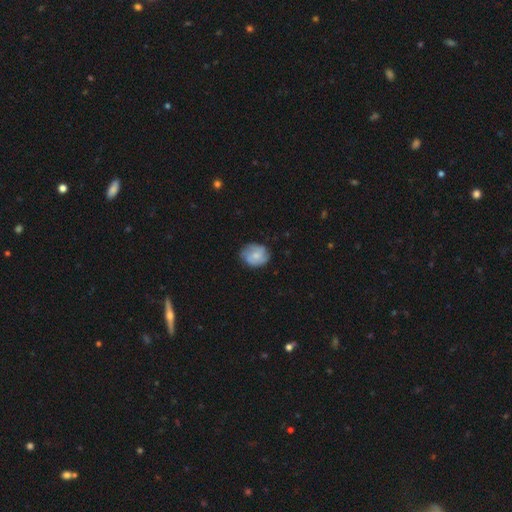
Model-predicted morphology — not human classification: smooth-or-featured: smooth: 54% | featured or disk: 39% | star or artifact: 7%
  how-rounded: round: 61% | in between: 38% | cigar-shaped: 1%
  merging: none: 71% | minor disturbance: 22% | major disturbance: 6% | merger: 1%